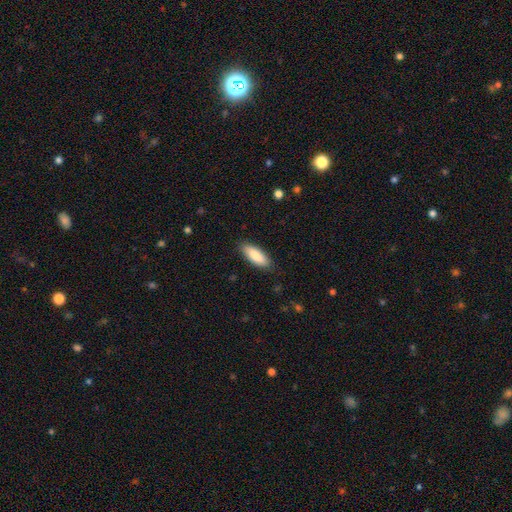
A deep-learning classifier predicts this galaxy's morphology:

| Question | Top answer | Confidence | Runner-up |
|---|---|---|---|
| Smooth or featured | smooth | 86% | featured or disk (8%) |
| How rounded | in between | 69% | cigar-shaped (29%) |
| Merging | none | 85% | minor disturbance (12%) |